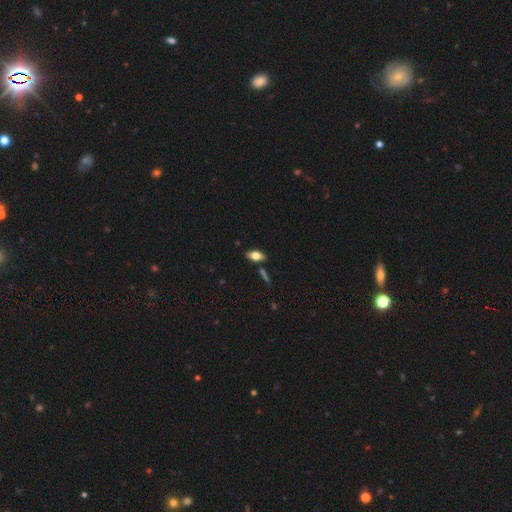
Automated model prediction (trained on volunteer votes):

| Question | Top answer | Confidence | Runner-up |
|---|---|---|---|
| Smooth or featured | smooth | 65% | featured or disk (27%) |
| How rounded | in between | 85% | cigar-shaped (10%) |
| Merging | none | 82% | minor disturbance (11%) |